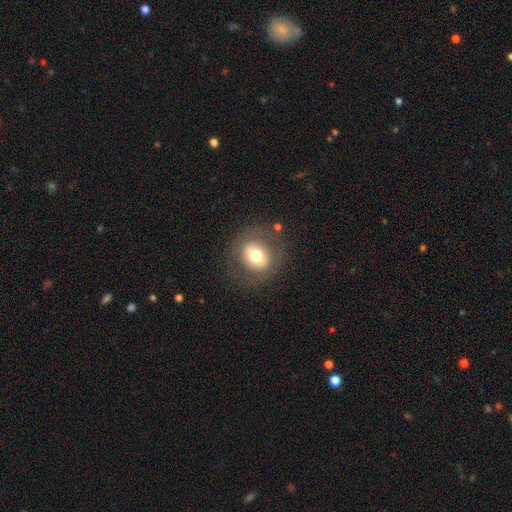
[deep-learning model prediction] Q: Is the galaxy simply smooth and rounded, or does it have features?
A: smooth — 63%.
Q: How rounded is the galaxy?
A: round — 76%.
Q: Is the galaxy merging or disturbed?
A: none — 80%.